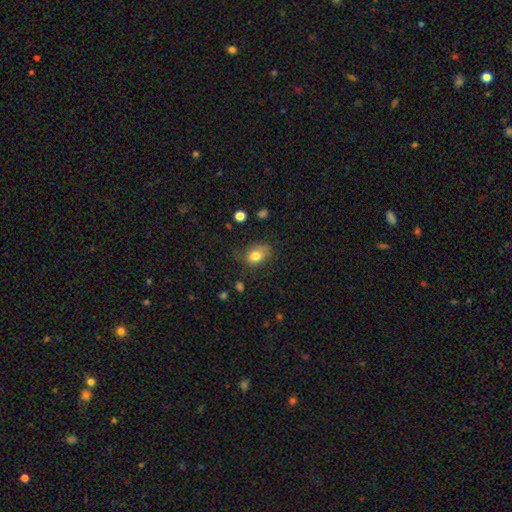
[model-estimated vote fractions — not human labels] Q: Smooth or featured?
A: smooth (79%); runner-up: star or artifact (11%)
Q: How rounded?
A: in between (64%); runner-up: round (35%)
Q: Merging?
A: none (67%); runner-up: minor disturbance (24%)